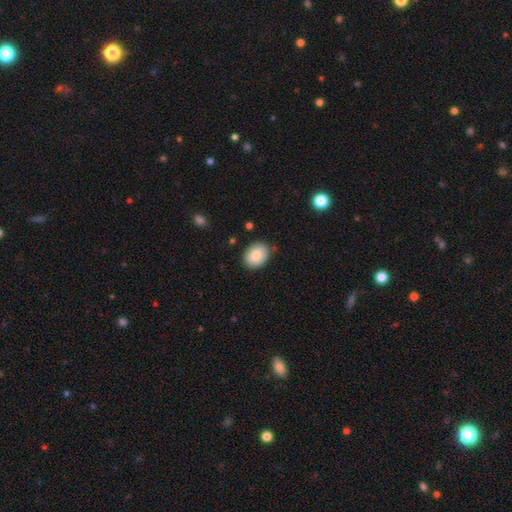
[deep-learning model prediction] Smooth or featured? smooth (81%)
How rounded? in between (66%)
Merging? none (83%)